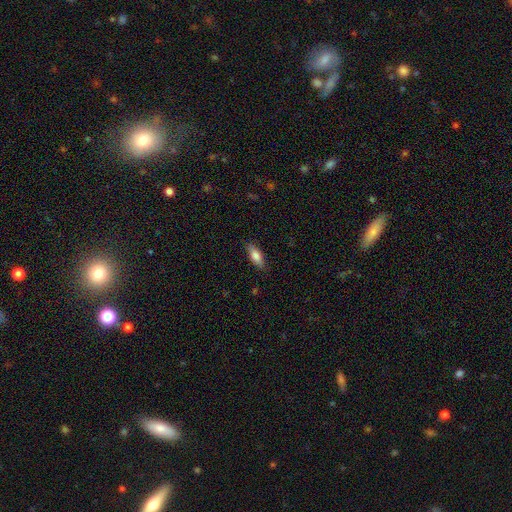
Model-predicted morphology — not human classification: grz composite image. It shows a smooth galaxy with no disk features (76%) that is in between round and cigar-shaped (66%). Merging: none (85%).